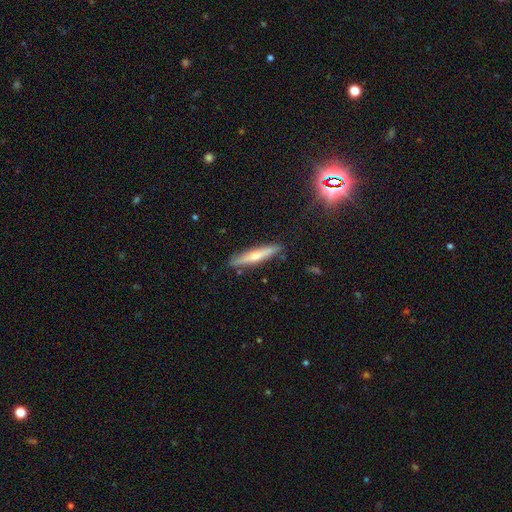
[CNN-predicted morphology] Overall: smooth (49%; featured or disk 44%). Merging: none (87%).